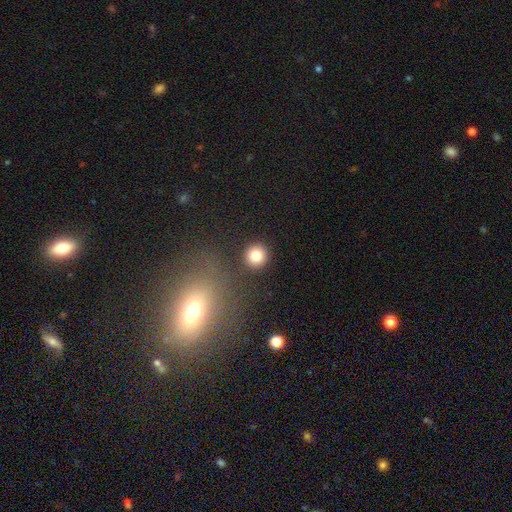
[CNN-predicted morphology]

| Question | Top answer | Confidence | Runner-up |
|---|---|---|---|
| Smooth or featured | smooth | 83% | star or artifact (11%) |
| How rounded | round | 93% | in between (6%) |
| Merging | none | 88% | minor disturbance (6%) |